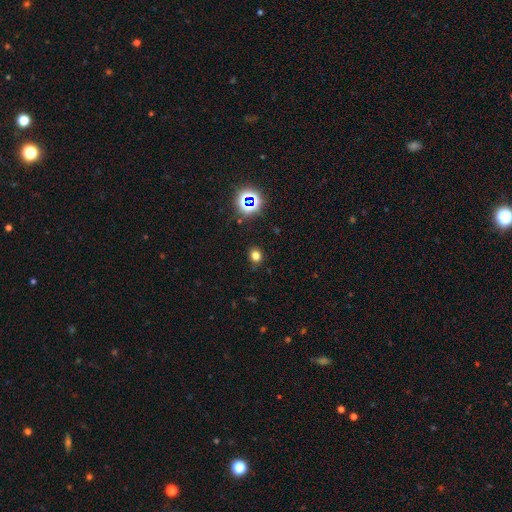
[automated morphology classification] type=smooth (73%); roundness=round (68%); merging=none (85%).